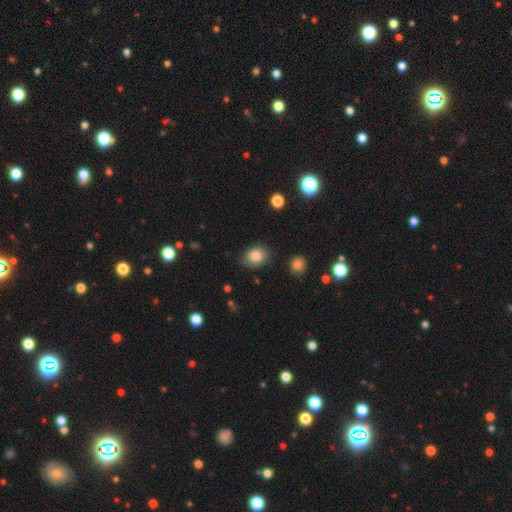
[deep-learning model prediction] The model was most divided on "how rounded": in between: 57%, round: 42%, cigar-shaped: 1%. More confident: smooth or featured — smooth (83%); merging — none (82%).